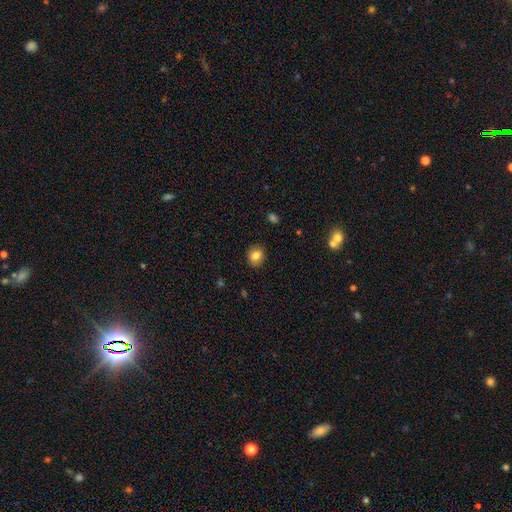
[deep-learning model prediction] Morphology: type=smooth (83%); roundness=round (74%); merging=none (89%).